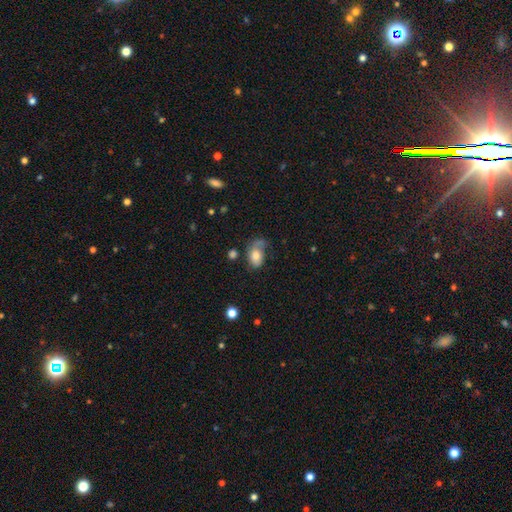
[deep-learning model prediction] Overall: smooth (73%). How rounded: in between (84%). Merging: none (36%; minor disturbance 28%).